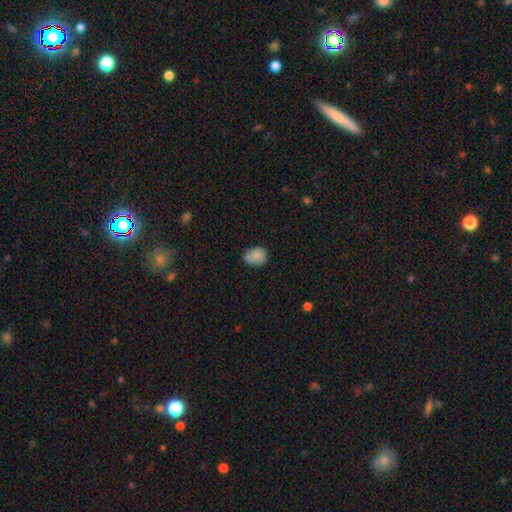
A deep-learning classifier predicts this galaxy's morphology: smooth 82%, featured or disk 10%, star or artifact 9%. Down the decision tree: how rounded — round (52%); merging — none (60%).